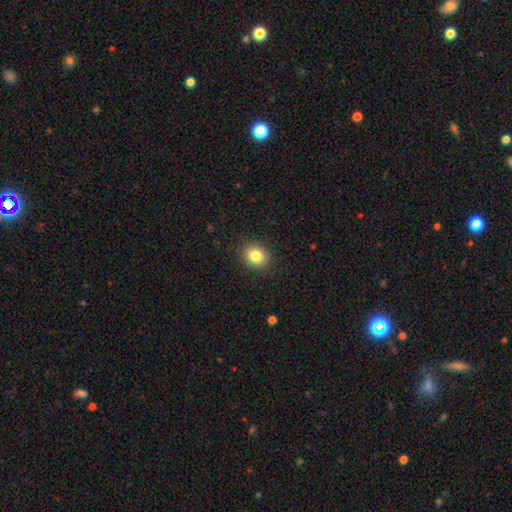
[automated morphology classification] smooth_or_featured: smooth (p=0.83) [alt: star or artifact p=0.10]
how_rounded: round (p=0.60) [alt: in between p=0.39]
merging: none (p=0.89) [alt: minor disturbance p=0.08]